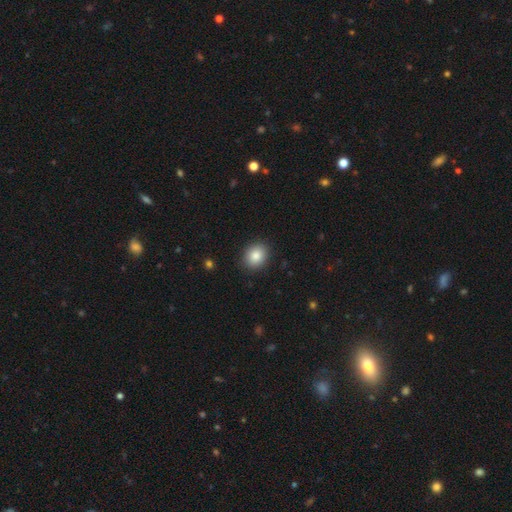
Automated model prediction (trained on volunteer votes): smooth 86%, star or artifact 8%, featured or disk 6%. Down the decision tree: how rounded — round (59%); merging — none (89%).